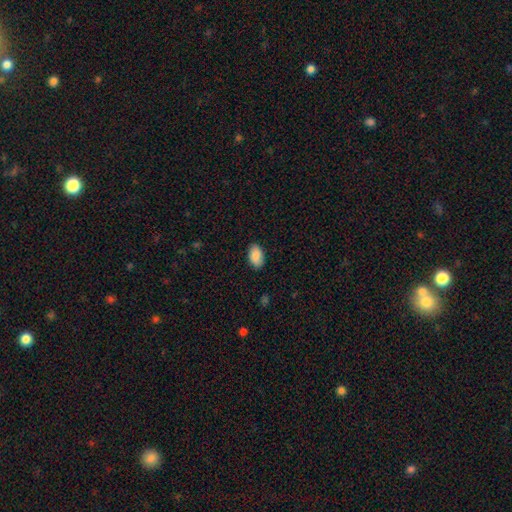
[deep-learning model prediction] Smooth or featured? smooth (87%)
How rounded? in between (93%)
Merging? none (87%)